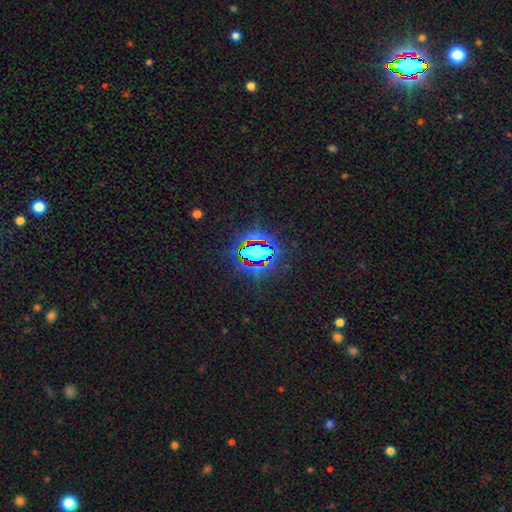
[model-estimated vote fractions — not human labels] A star or artifact, not a galaxy (83%).

Vote fractions:
- Smooth or featured? star or artifact: 83% / smooth: 10% / featured or disk: 7%